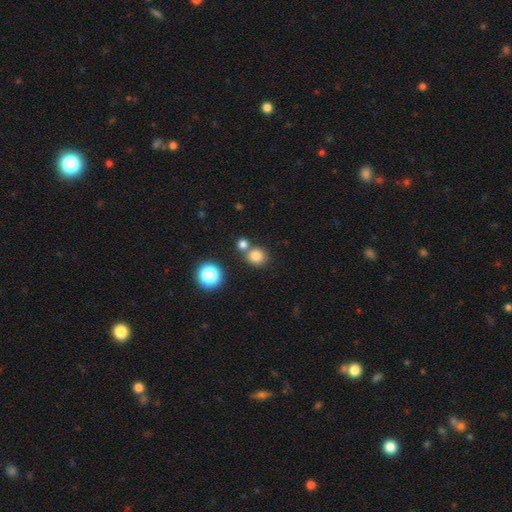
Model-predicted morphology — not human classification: type=smooth (79%); roundness=round (82%); merging=none (63%).